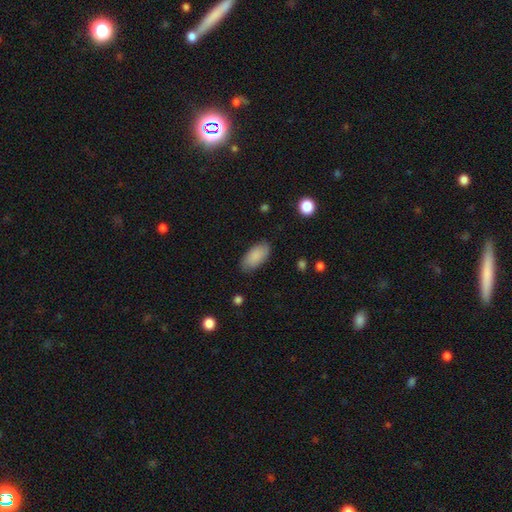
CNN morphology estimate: Smooth or featured? Predicted: smooth (p=0.86). How rounded? Predicted: in between (p=0.93). Merging? Predicted: none (p=0.81).